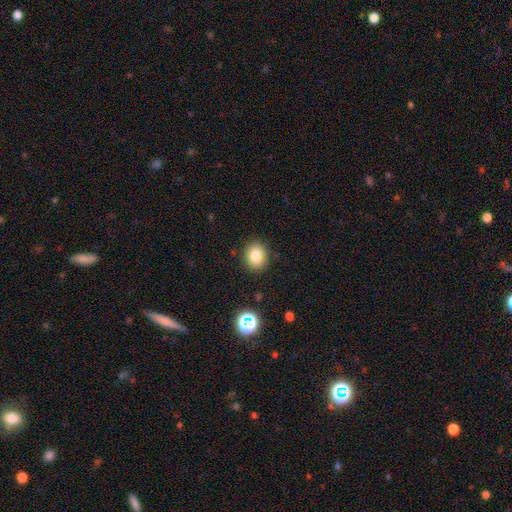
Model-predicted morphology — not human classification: Smooth or featured?
  - smooth: 81% *
  - star or artifact: 12%
  - featured or disk: 7%
How rounded?
  - round: 67% *
  - in between: 32%
  - cigar-shaped: 1%
Merging?
  - none: 88% *
  - minor disturbance: 8%
  - major disturbance: 2%
  - merger: 1%